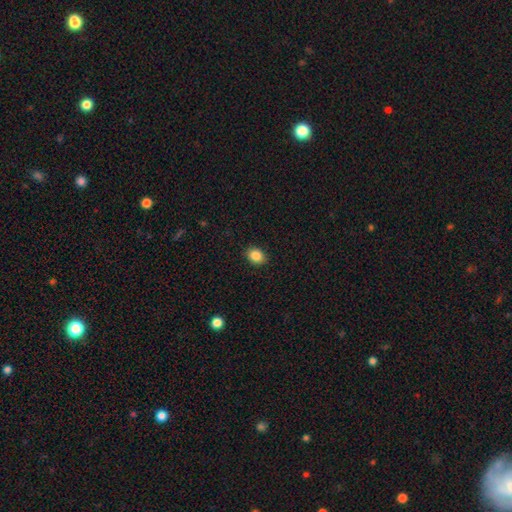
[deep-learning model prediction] This appears to be a smooth galaxy with no disk features (87%) that is in between round and cigar-shaped (60%). Merging: none (89%).